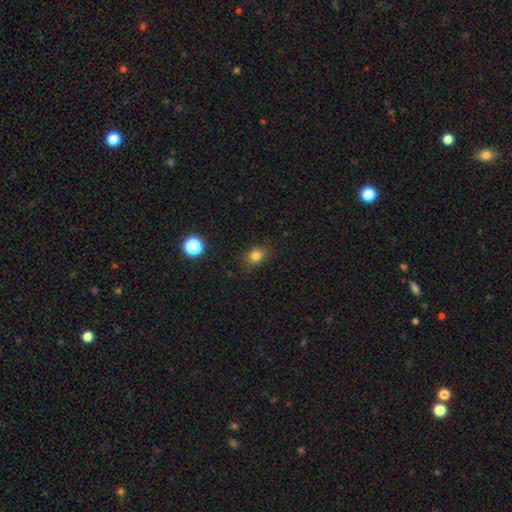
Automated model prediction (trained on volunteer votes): smooth-or-featured: smooth: 81% | star or artifact: 14% | featured or disk: 6%
  how-rounded: round: 61% | in between: 38% | cigar-shaped: 1%
  merging: none: 83% | minor disturbance: 13% | major disturbance: 3% | merger: 1%